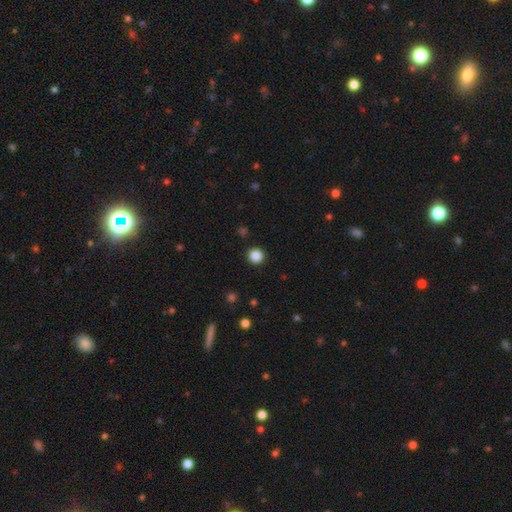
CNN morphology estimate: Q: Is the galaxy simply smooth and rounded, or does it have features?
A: smooth — 85%.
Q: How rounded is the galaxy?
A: round — 94%.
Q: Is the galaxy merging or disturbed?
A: none — 92%.